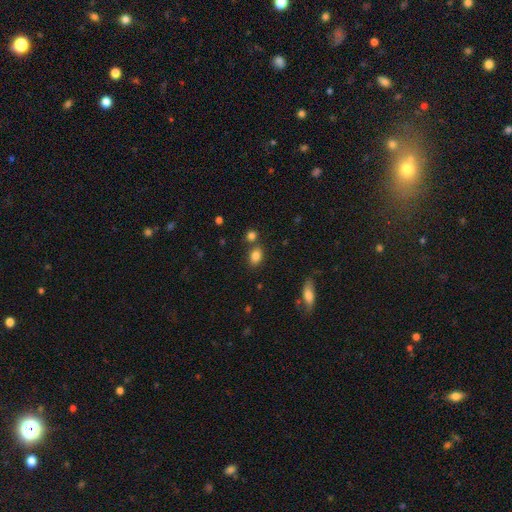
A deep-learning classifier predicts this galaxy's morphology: A smooth galaxy with no disk features (84%) that is in between round and cigar-shaped (74%).

Vote fractions:
- Smooth or featured? smooth: 84% / star or artifact: 10% / featured or disk: 6%
- How rounded? in between: 74% / round: 24% / cigar-shaped: 2%
- Merging? none: 68% / merger: 17% / minor disturbance: 11% / major disturbance: 4%